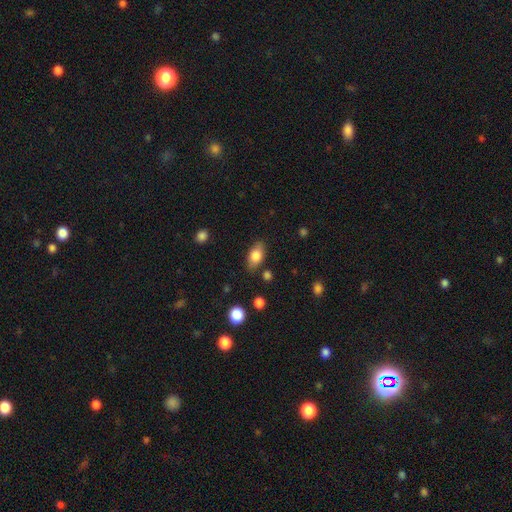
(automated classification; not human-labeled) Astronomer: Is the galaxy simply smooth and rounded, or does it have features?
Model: smooth — 79%.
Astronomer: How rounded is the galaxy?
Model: in between — 87%.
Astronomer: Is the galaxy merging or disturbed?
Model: none — 80%.